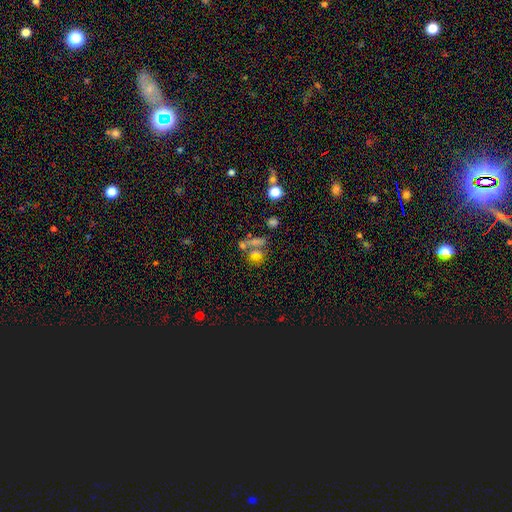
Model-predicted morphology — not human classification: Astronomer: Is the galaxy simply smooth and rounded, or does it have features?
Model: smooth — 57%.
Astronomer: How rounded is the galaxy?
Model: round — 50% (runner-up: in between, 43%).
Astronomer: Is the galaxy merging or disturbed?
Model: merger — 43% (runner-up: none, 37%).